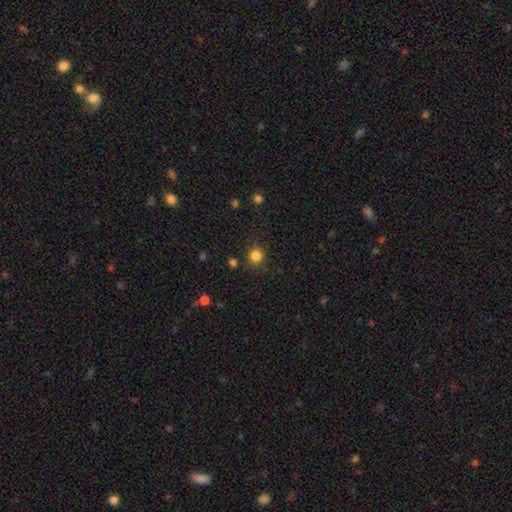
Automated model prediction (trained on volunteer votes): Morphology: type=smooth (82%); roundness=round (91%); merging=none (86%).